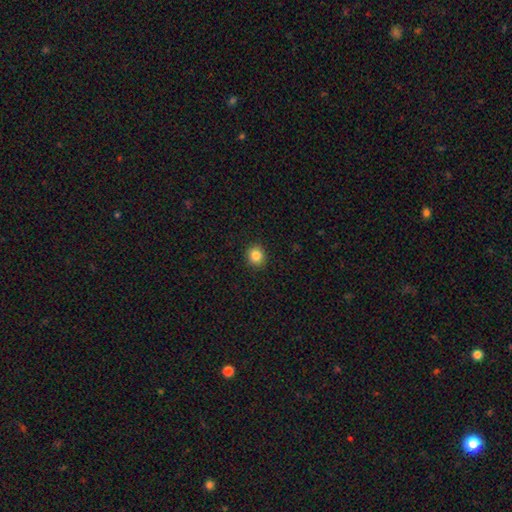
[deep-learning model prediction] This is clearly a smooth galaxy (85%). How rounded: clearly round (85%). Merging: clearly none (92%).